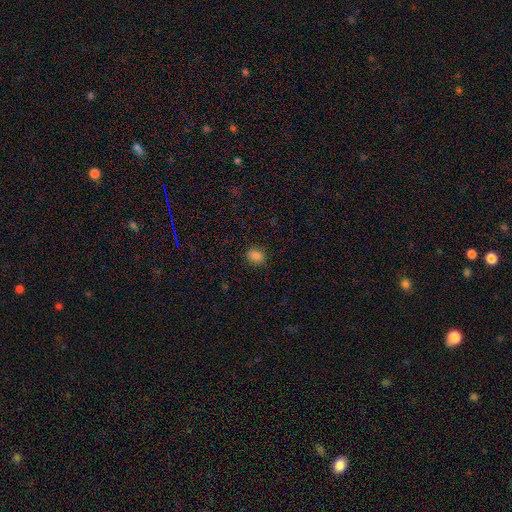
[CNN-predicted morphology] smooth_or_featured: smooth (p=0.83) [alt: star or artifact p=0.12]
how_rounded: in between (p=0.54) [alt: round p=0.45]
merging: none (p=0.86) [alt: minor disturbance p=0.11]